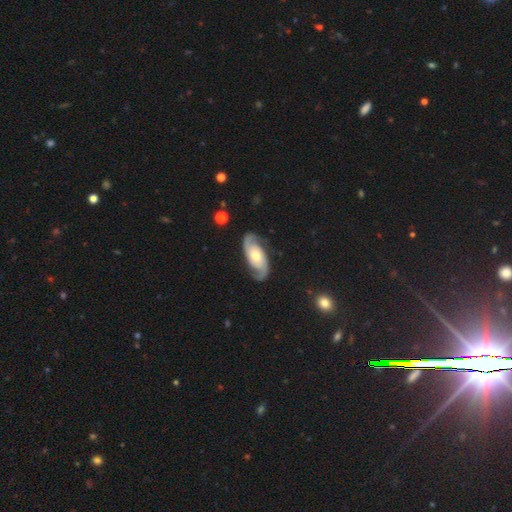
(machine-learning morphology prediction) smooth-or-featured: featured or disk: 86% | smooth: 9% | star or artifact: 5%
  disk-edge-on: no: 95% | yes: 5%
    bar: no: 64% | weak: 27% | strong: 8%
    has-spiral-arms: yes: 96% | no: 4%
      spiral-winding: medium: 46% | tight: 32% | loose: 22%
      spiral-arm-count: 2: 92% | can't tell: 3% | 1: 1% | 3: 1% | 4: 1% | more than 4: 1%
    bulge-size: moderate: 65% | small: 18% | large: 14% | none: 2% | dominant: 1%
  merging: none: 81% | minor disturbance: 13% | major disturbance: 4% | merger: 1%